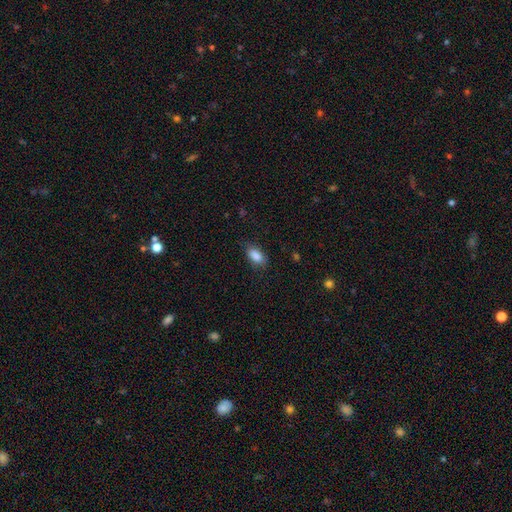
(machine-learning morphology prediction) smooth-or-featured: smooth: 87% | star or artifact: 7% | featured or disk: 6%
  how-rounded: in between: 90% | round: 6% | cigar-shaped: 4%
  merging: none: 76% | minor disturbance: 19% | major disturbance: 4% | merger: 1%